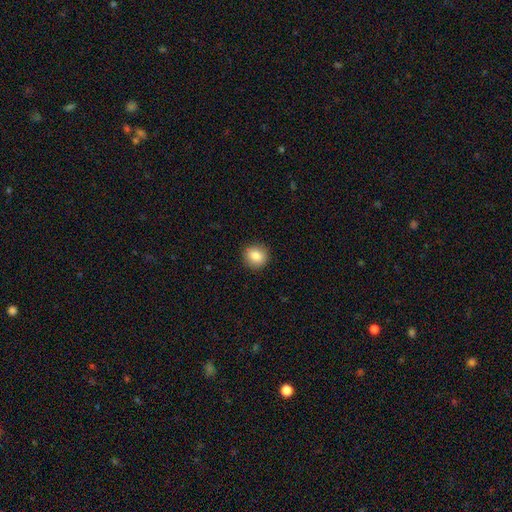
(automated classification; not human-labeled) smooth-or-featured: smooth: 84% | star or artifact: 9% | featured or disk: 7%
  how-rounded: round: 89% | in between: 10% | cigar-shaped: 1%
  merging: none: 91% | minor disturbance: 6% | major disturbance: 2% | merger: 1%